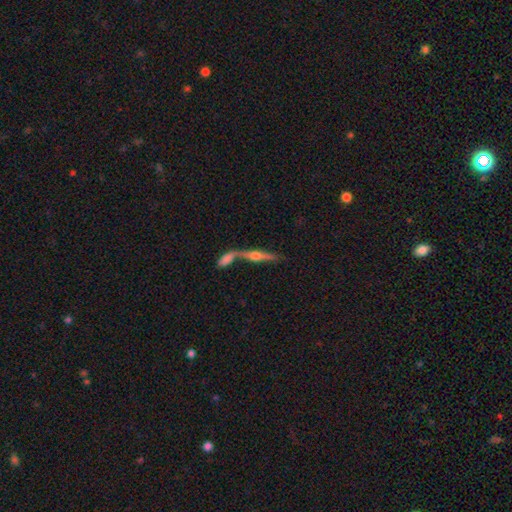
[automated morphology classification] Overall: featured or disk (65%; smooth 27%). Edge-on disk: yes (91%). Edge-on bulge: rounded (92%). Merging: merger (45%; none 42%).